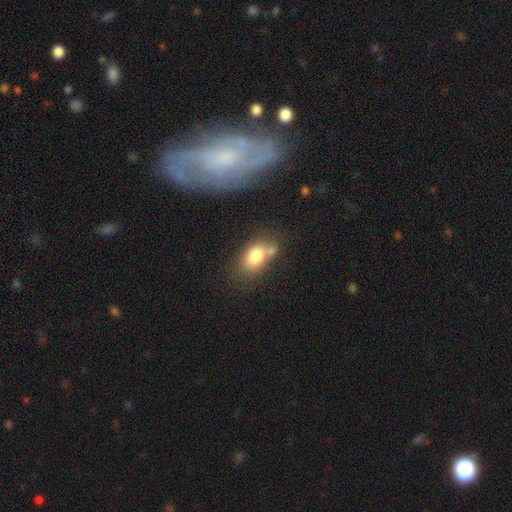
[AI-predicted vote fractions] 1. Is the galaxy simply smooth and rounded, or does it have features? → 78% smooth, 14% featured or disk, 9% star or artifact.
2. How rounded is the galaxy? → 85% in between, 13% round, 2% cigar-shaped.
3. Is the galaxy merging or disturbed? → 43% none, 28% merger, 20% minor disturbance, 9% major disturbance.